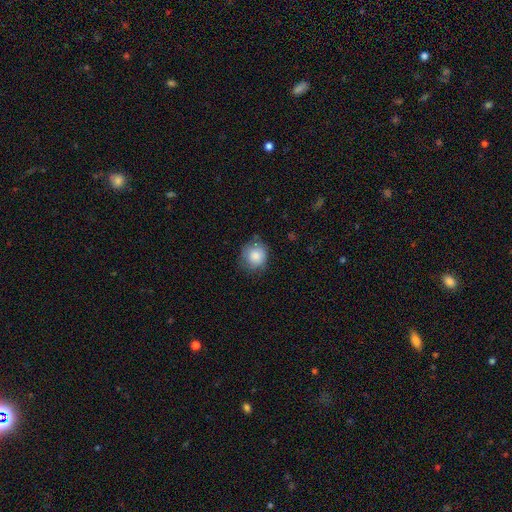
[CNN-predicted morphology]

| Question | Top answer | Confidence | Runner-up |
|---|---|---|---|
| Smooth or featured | smooth | 85% | star or artifact (8%) |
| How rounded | round | 83% | in between (17%) |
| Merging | none | 70% | minor disturbance (23%) |